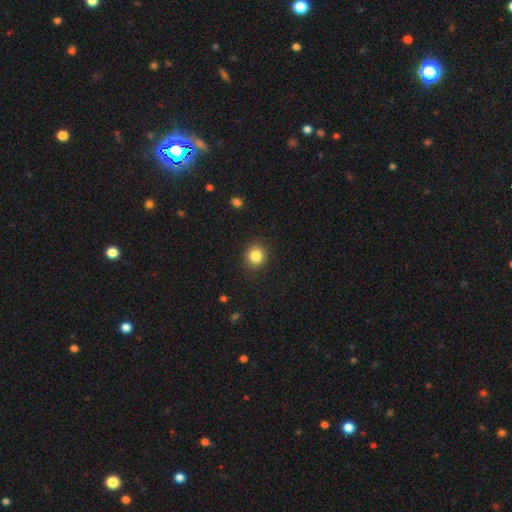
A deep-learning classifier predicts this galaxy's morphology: Smooth or featured? Predicted: smooth (p=0.84). How rounded? Predicted: round (p=0.87). Merging? Predicted: none (p=0.90).